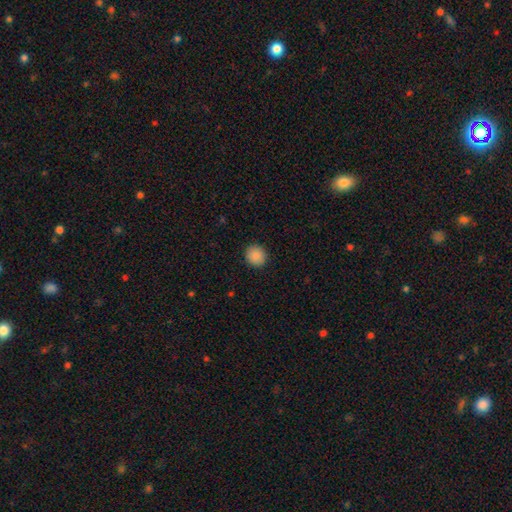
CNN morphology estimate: A smooth galaxy with no disk features (88%) that is round (87%).

Vote fractions:
- Smooth or featured? smooth: 88% / star or artifact: 8% / featured or disk: 3%
- How rounded? round: 87% / in between: 12% / cigar-shaped: 1%
- Merging? none: 91% / minor disturbance: 6% / major disturbance: 2% / merger: 1%